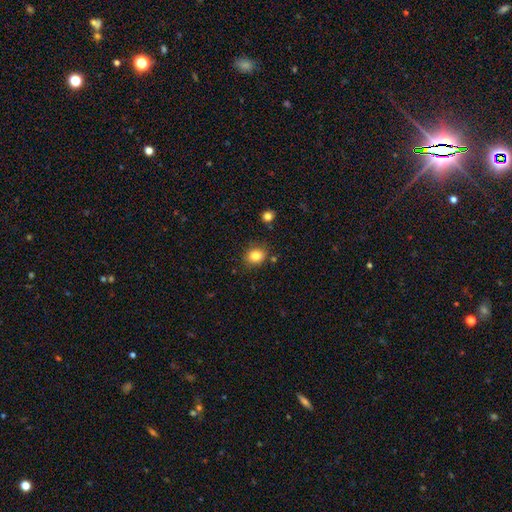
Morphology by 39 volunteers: Volunteers were most divided on "how rounded": round: 59%, in between: 41%, cigar-shaped: 0%. More confident: smooth or featured — smooth (87%); merging — none (71%).